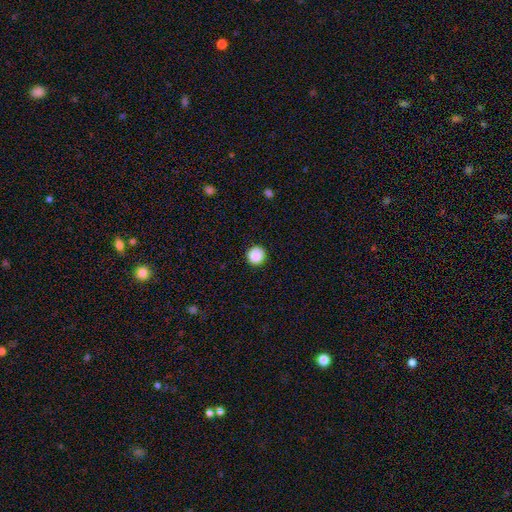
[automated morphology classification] smooth_or_featured: smooth (p=0.89) [alt: star or artifact p=0.09]
how_rounded: round (p=0.95) [alt: in between p=0.04]
merging: none (p=0.93) [alt: minor disturbance p=0.05]